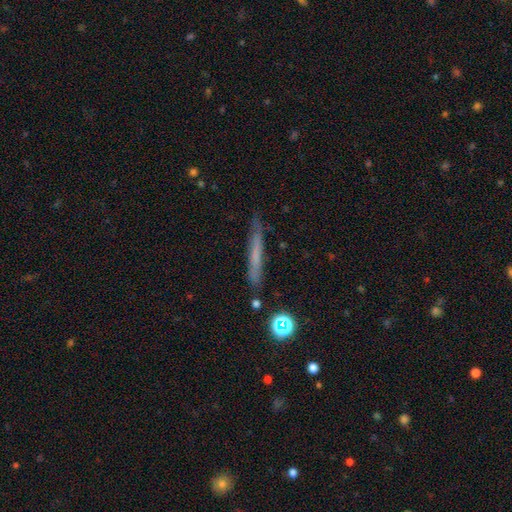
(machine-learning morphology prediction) The model was most divided on "smooth or featured": smooth: 53%, featured or disk: 36%, star or artifact: 11%. More confident: how rounded — cigar-shaped (93%); merging — none (83%).